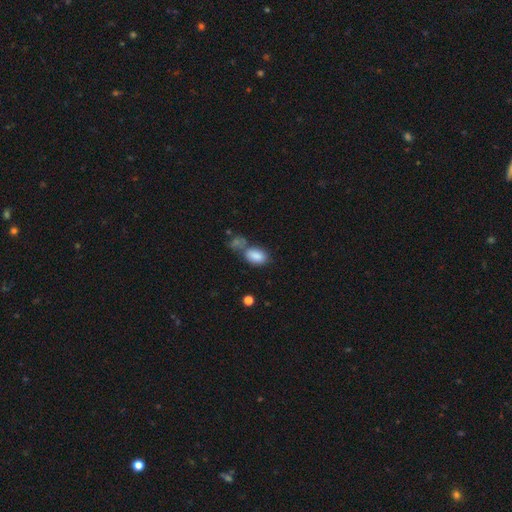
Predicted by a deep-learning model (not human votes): Smooth or featured: smooth — 85% (star or artifact — 8%)
How rounded: in between — 89% (round — 10%)
Merging: none — 44% (merger — 32%)